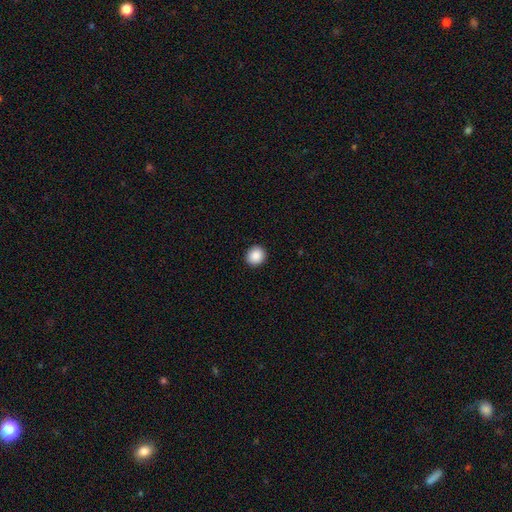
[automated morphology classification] smooth_or_featured: smooth (p=0.89) [alt: star or artifact p=0.08]
how_rounded: round (p=0.86) [alt: in between p=0.13]
merging: none (p=0.92) [alt: minor disturbance p=0.05]